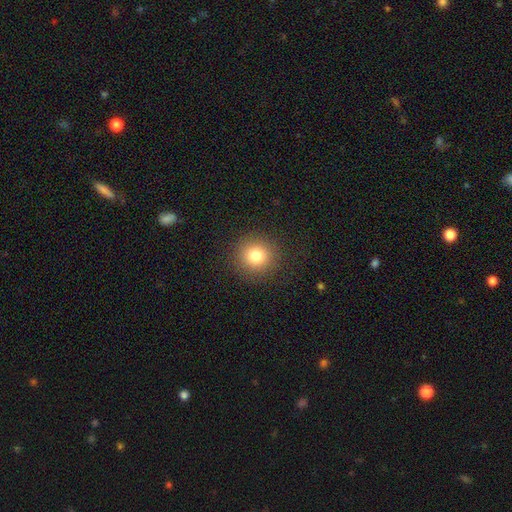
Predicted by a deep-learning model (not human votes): smooth_or_featured: smooth (p=0.79) [alt: star or artifact p=0.13]
how_rounded: round (p=0.94) [alt: in between p=0.05]
merging: none (p=0.90) [alt: minor disturbance p=0.06]